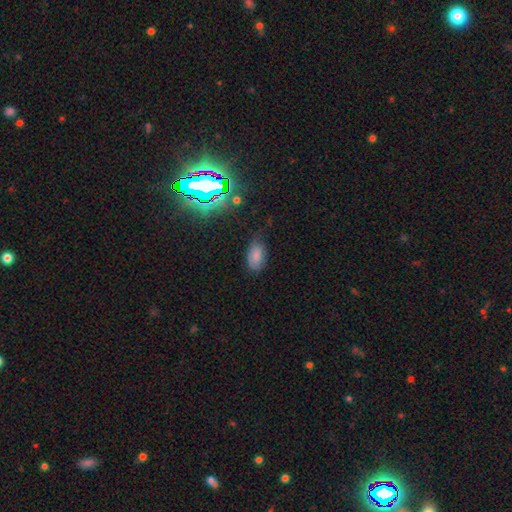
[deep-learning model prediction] The model was most divided on "merging": none: 62%, minor disturbance: 28%, major disturbance: 8%, merger: 2%. More confident: how rounded — in between (92%); smooth or featured — smooth (76%).